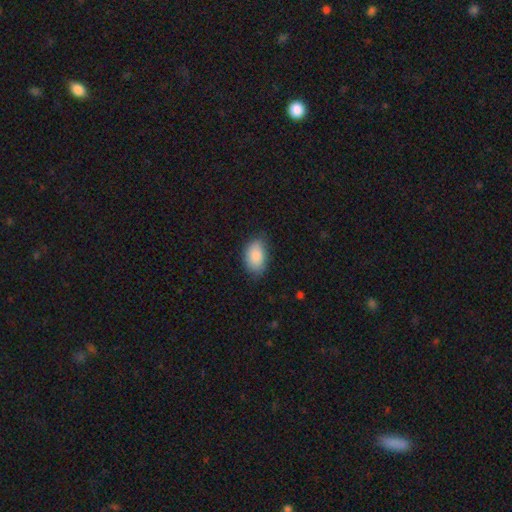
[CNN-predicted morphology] smooth_or_featured: smooth (p=0.88) [alt: star or artifact p=0.07]
how_rounded: in between (p=0.92) [alt: round p=0.07]
merging: none (p=0.75) [alt: minor disturbance p=0.20]